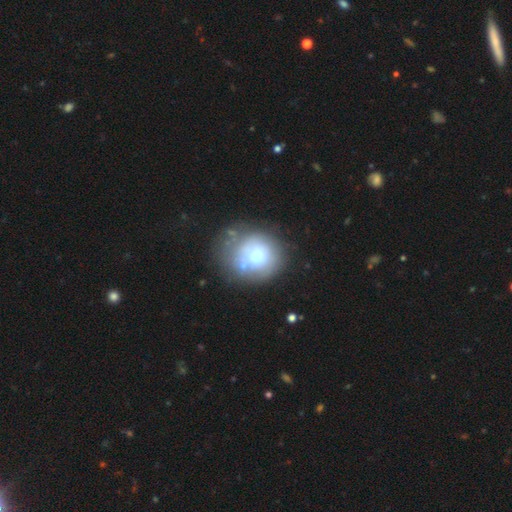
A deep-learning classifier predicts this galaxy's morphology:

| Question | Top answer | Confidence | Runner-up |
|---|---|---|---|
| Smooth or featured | smooth | 63% | featured or disk (27%) |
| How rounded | round | 80% | in between (19%) |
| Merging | none | 52% | minor disturbance (23%) |